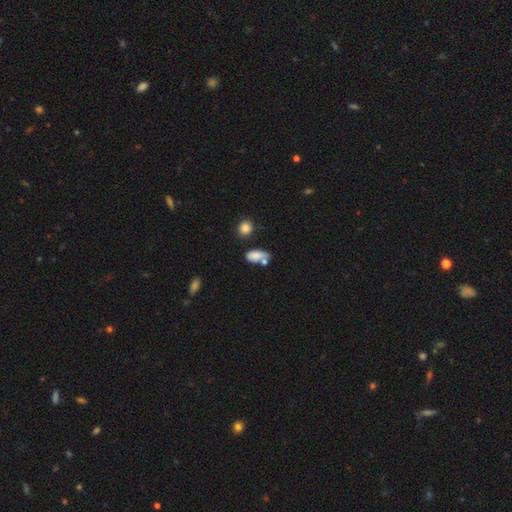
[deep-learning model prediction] This is likely a smooth galaxy (79%). How rounded: clearly in between (87%). Merging: marginally none (42%).